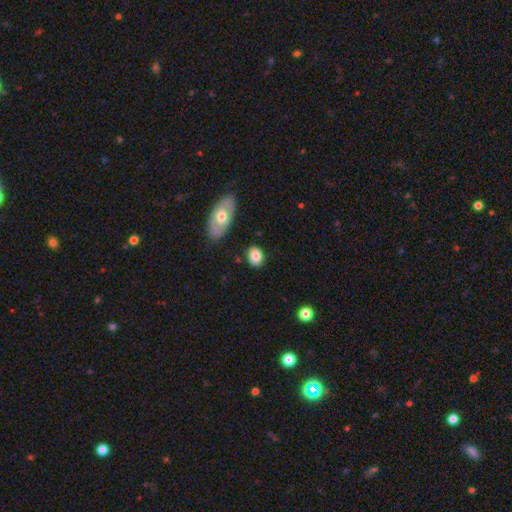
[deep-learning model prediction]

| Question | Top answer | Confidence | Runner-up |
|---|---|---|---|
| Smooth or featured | smooth | 81% | featured or disk (12%) |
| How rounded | in between | 65% | round (34%) |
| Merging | none | 81% | minor disturbance (13%) |